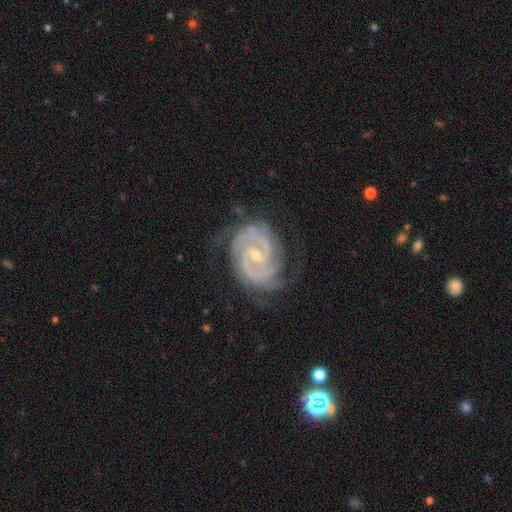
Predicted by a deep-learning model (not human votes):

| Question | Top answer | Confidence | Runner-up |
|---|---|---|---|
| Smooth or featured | featured or disk | 92% | star or artifact (5%) |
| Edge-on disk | no | 97% | yes (3%) |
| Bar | no | 48% | weak (38%) |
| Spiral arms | yes | 98% | no (2%) |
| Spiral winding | tight | 70% | medium (26%) |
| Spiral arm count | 2 | 54% | 3 (18%) |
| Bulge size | small | 60% | moderate (37%) |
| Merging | none | 71% | minor disturbance (20%) |